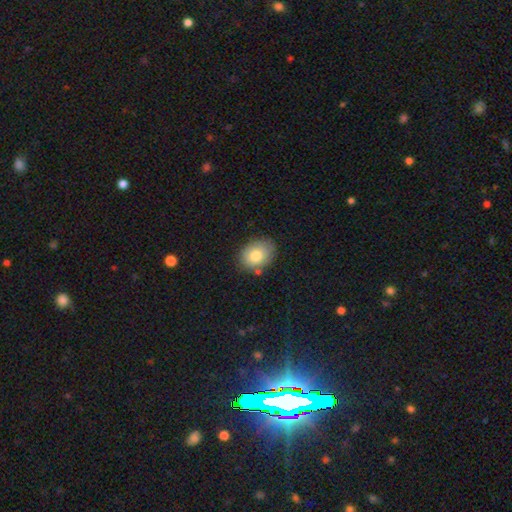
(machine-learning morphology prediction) This is likely a smooth galaxy (79%). How rounded: likely in between (63%). Merging: likely none (78%).